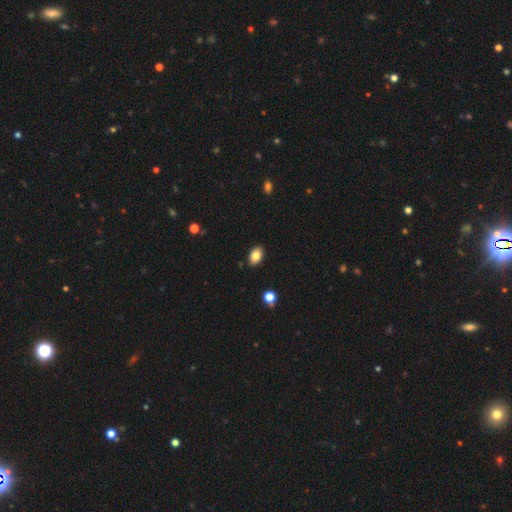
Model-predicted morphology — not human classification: smooth-or-featured: smooth: 84% | star or artifact: 9% | featured or disk: 7%
  how-rounded: in between: 88% | round: 11% | cigar-shaped: 1%
  merging: none: 89% | minor disturbance: 8% | major disturbance: 2% | merger: 1%